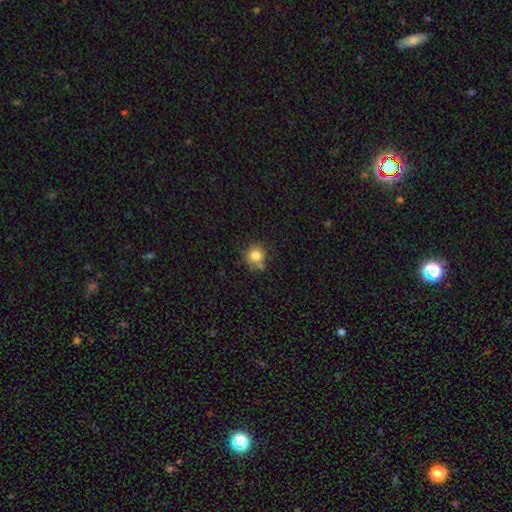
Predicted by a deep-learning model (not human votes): The model was most divided on "merging": none: 65%, minor disturbance: 17%, merger: 14%, major disturbance: 4%. More confident: how rounded — round (90%); smooth or featured — smooth (81%).